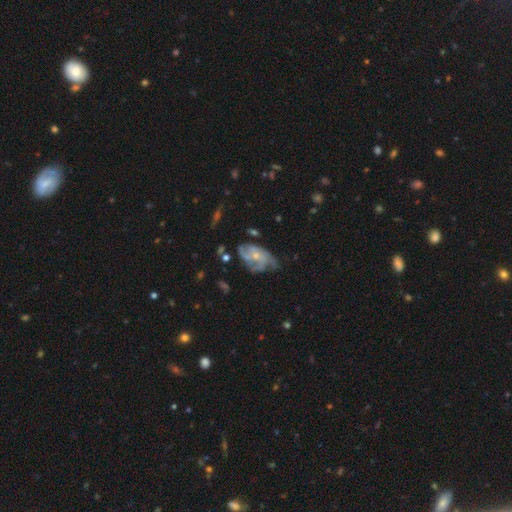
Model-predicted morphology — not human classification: Smooth or featured: featured or disk — 76% (smooth — 16%)
Edge-on disk: no — 96% (yes — 4%)
Bar: no — 77% (weak — 20%)
Spiral arms: yes — 85% (no — 15%)
Spiral winding: medium — 42% (tight — 37%)
Spiral arm count: can't tell — 29% (3 — 26%)
Bulge size: small — 67% (moderate — 28%)
Merging: none — 52% (minor disturbance — 26%)